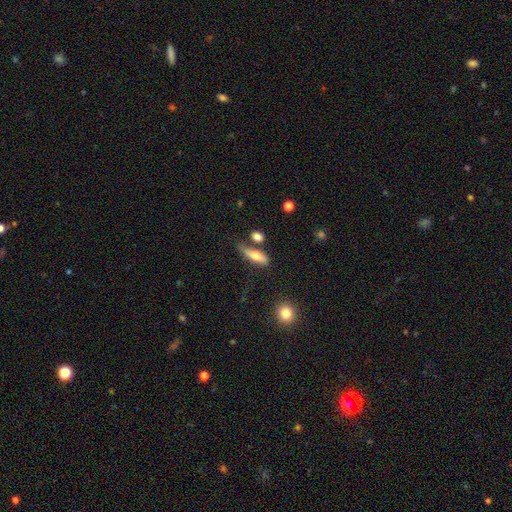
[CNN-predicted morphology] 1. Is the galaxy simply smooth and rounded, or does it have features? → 66% smooth, 27% featured or disk, 8% star or artifact.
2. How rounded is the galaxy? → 54% cigar-shaped, 43% in between, 4% round.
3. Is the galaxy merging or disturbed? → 56% none, 22% minor disturbance, 13% merger, 8% major disturbance.